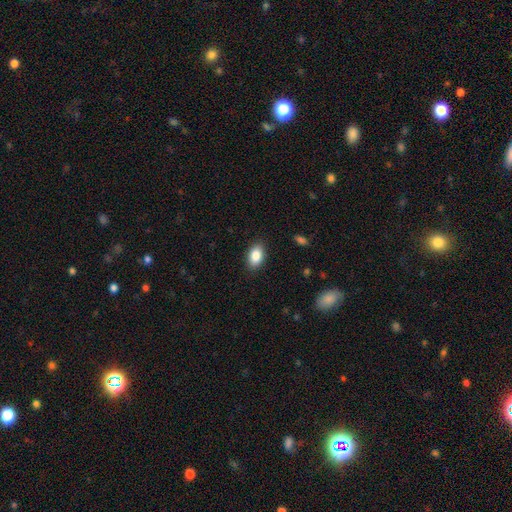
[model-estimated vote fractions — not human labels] Smooth or featured? Predicted: smooth (p=0.86). How rounded? Predicted: in between (p=0.90). Merging? Predicted: none (p=0.88).